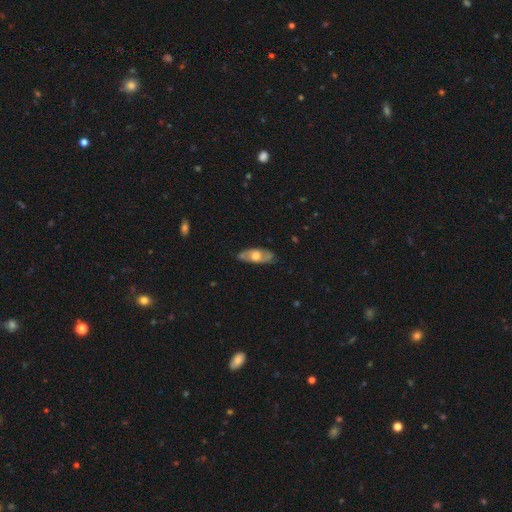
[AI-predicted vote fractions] Smooth or featured: featured or disk — 57% (smooth — 37%)
Edge-on disk: no — 73% (yes — 27%)
Merging: none — 80% (minor disturbance — 16%)